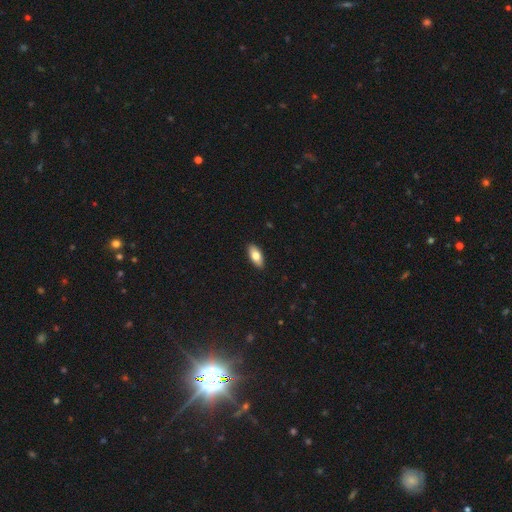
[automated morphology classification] Q: Smooth or featured?
A: smooth (77%); runner-up: featured or disk (17%)
Q: How rounded?
A: in between (86%); runner-up: cigar-shaped (11%)
Q: Merging?
A: none (90%); runner-up: minor disturbance (7%)